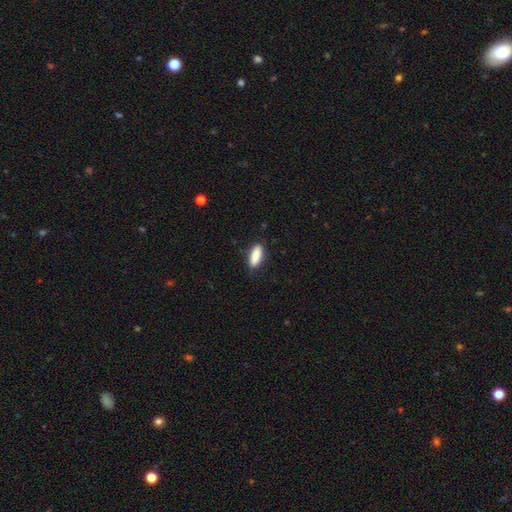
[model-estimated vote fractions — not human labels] This appears to be a smooth galaxy with no disk features (88%) that is in between round and cigar-shaped (74%). Merging: none (84%).